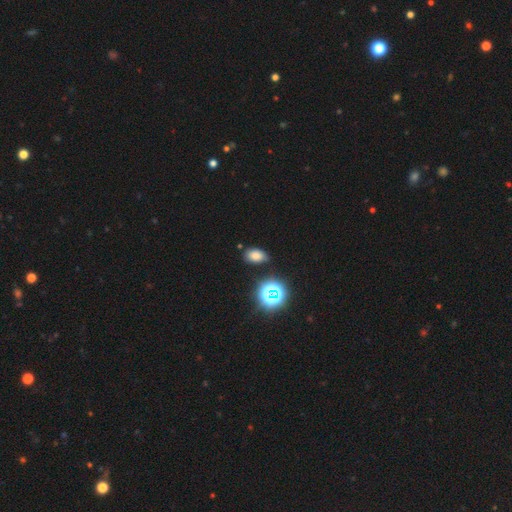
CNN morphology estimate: smooth_or_featured: smooth (p=0.68) [alt: star or artifact p=0.23]
how_rounded: in between (p=0.82) [alt: round p=0.17]
merging: none (p=0.75) [alt: minor disturbance p=0.18]